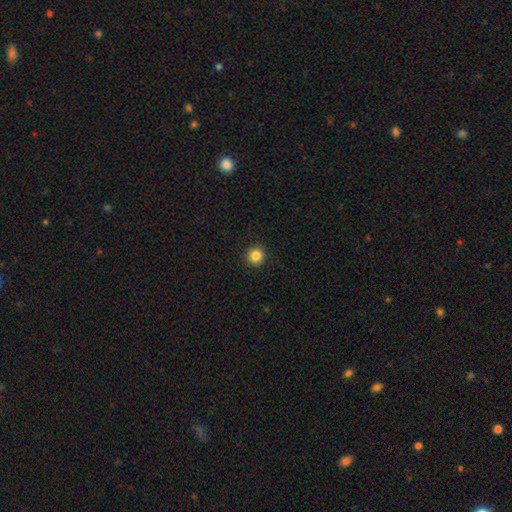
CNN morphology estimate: Smooth or featured? Predicted: smooth (p=0.85). How rounded? Predicted: round (p=0.95). Merging? Predicted: none (p=0.93).